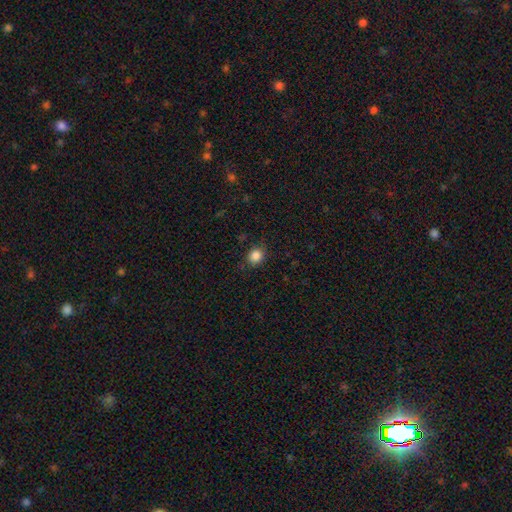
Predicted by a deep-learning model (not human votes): A smooth galaxy with no disk features (85%) that is round (72%). Merging: none (84%).